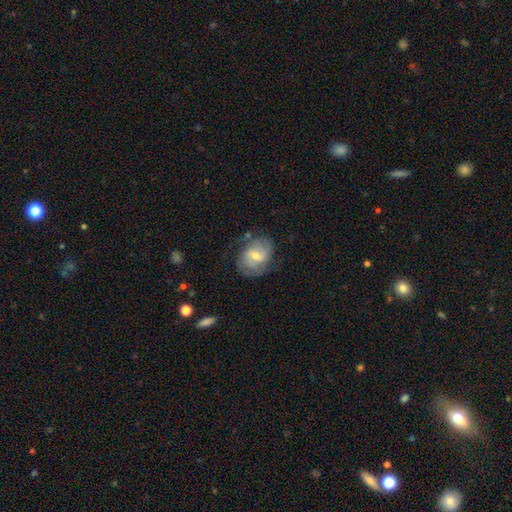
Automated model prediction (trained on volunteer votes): A featured or disk galaxy (61%) with a weak bar (57%), spiral arms (80%) and a moderate central bulge (50%).

Vote fractions:
- Smooth or featured? featured or disk: 61% / smooth: 32% / star or artifact: 7%
- Edge-on disk? no: 97% / yes: 3%
- Bar? weak: 57% / no: 22% / strong: 21%
- Spiral arms? yes: 80% / no: 20%
- Bulge size? moderate: 50% / small: 43% / large: 3% / none: 2% / dominant: 1%
- Merging? none: 64% / minor disturbance: 22% / major disturbance: 12% / merger: 2%